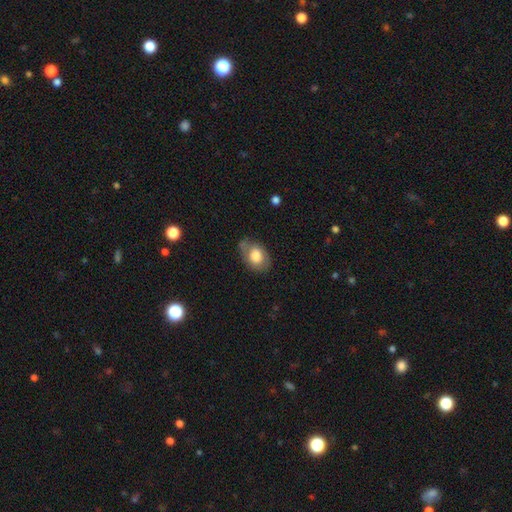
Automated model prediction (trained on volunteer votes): This is likely a smooth galaxy (68%). How rounded: clearly in between (81%). Merging: likely none (64%).